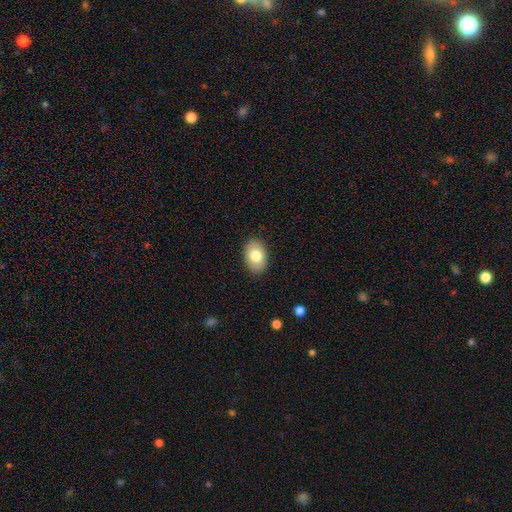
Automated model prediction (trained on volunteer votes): The model was most divided on "smooth or featured": smooth: 79%, featured or disk: 14%, star or artifact: 7%. More confident: merging — none (88%); how rounded — in between (85%).